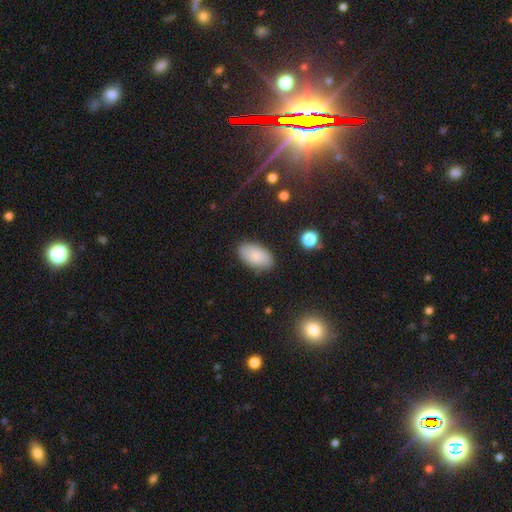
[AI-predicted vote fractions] Morphology: type=smooth (84%); roundness=in between (94%); merging=none (84%).